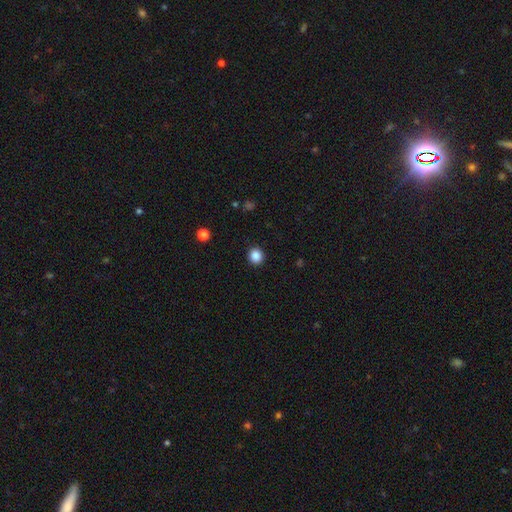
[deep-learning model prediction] The model was most divided on "smooth or featured": smooth: 87%, star or artifact: 11%, featured or disk: 3%. More confident: merging — none (92%); how rounded — round (89%).